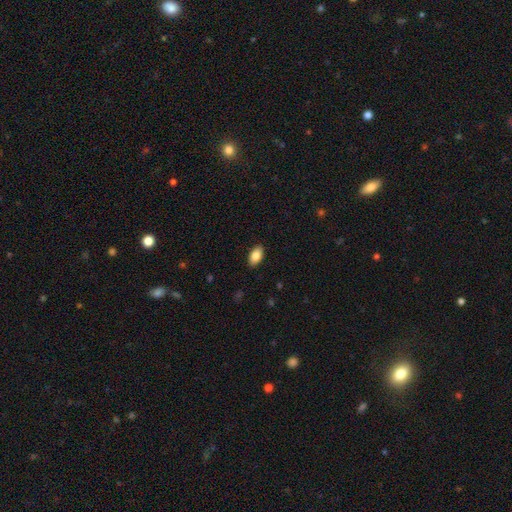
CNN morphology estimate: This is clearly a smooth galaxy (86%). How rounded: clearly in between (93%). Merging: clearly none (89%).